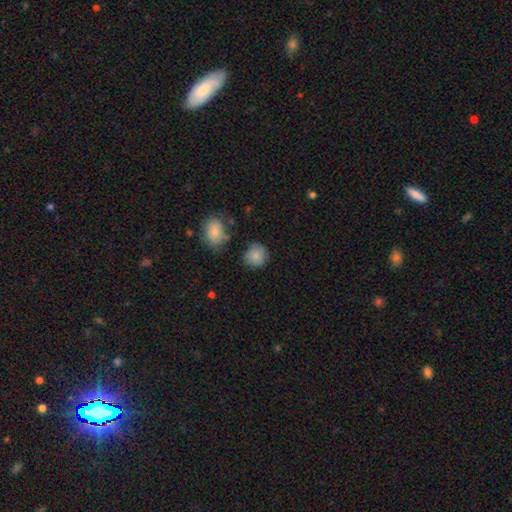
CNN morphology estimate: Overall: smooth (84%). How rounded: round (87%). Merging: none (77%).